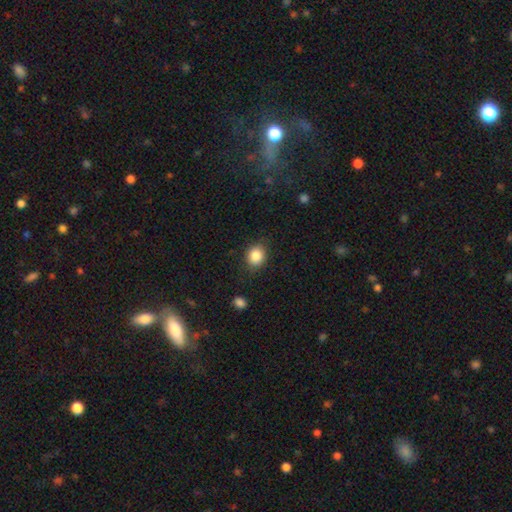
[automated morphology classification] smooth 86%, star or artifact 9%, featured or disk 5%. Down the decision tree: how rounded — round (69%); merging — none (83%).